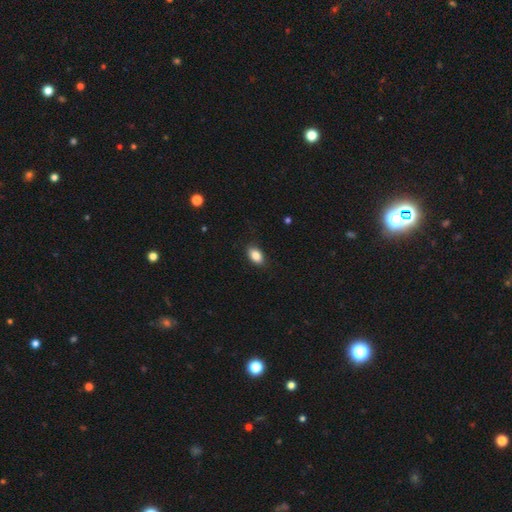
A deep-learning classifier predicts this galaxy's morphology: This appears to be a smooth galaxy with no disk features (86%) that is in between round and cigar-shaped (91%). Merging: none (87%).